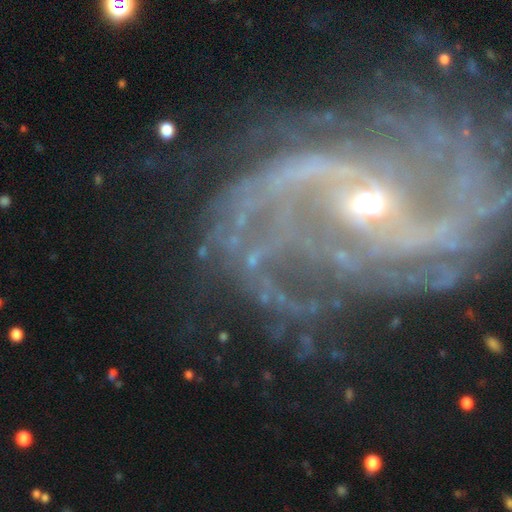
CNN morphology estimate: smooth-or-featured: featured or disk: 73% | star or artifact: 18% | smooth: 9%
  disk-edge-on: no: 95% | yes: 5%
    bar: no: 44% | weak: 29% | strong: 27%
    has-spiral-arms: yes: 79% | no: 21%
      spiral-winding: tight: 51% | medium: 31% | loose: 18%
      spiral-arm-count: can't tell: 32% | 2: 24% | 3: 14% | 1: 11% | 4: 10% | more than 4: 10%
    bulge-size: small: 51% | moderate: 32% | none: 9% | large: 5% | dominant: 3%
  merging: none: 54% | major disturbance: 24% | minor disturbance: 16% | merger: 6%